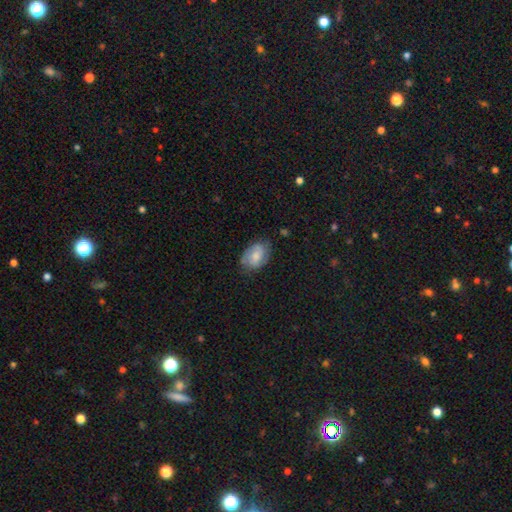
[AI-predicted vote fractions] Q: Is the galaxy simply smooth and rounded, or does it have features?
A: smooth — 49%.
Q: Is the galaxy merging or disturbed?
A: none — 66%.